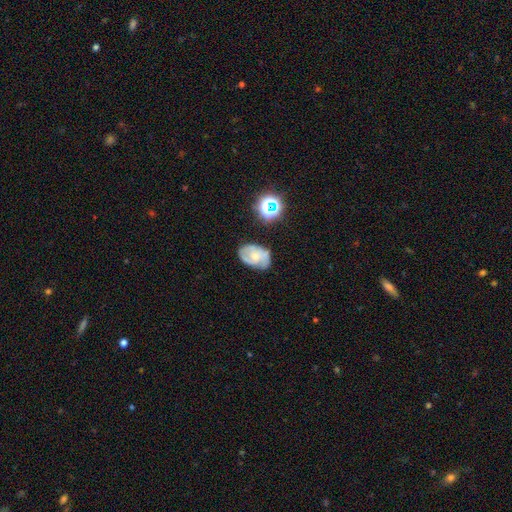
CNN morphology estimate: Smooth or featured? Predicted: featured or disk (p=0.60). Edge-on disk? Predicted: no (p=0.96). Bar? Predicted: no (p=0.71). Spiral arms? Predicted: yes (p=0.79). Bulge size? Predicted: small (p=0.54). Merging? Predicted: none (p=0.61).